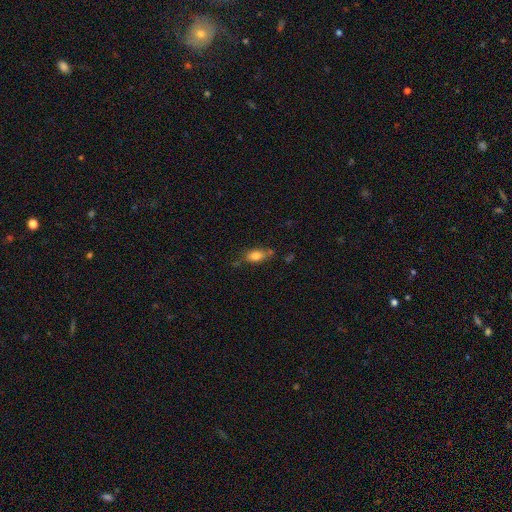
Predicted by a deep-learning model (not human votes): Smooth or featured?
  - smooth: 77% *
  - featured or disk: 14%
  - star or artifact: 9%
How rounded?
  - in between: 81% *
  - cigar-shaped: 11%
  - round: 8%
Merging?
  - none: 59% *
  - minor disturbance: 24%
  - merger: 9%
  - major disturbance: 8%